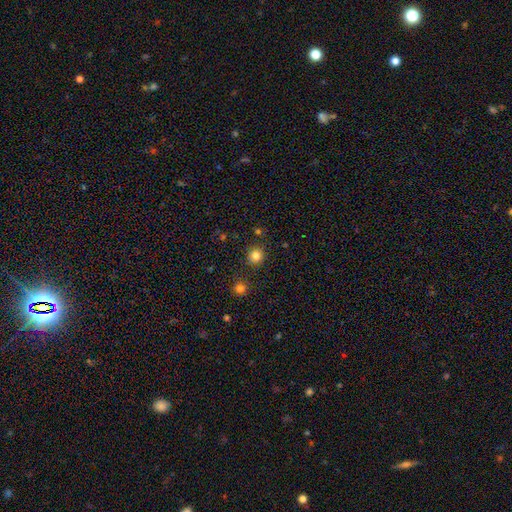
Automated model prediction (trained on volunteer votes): Q: Smooth or featured?
A: smooth (82%); runner-up: star or artifact (13%)
Q: How rounded?
A: round (91%); runner-up: in between (8%)
Q: Merging?
A: none (88%); runner-up: minor disturbance (7%)